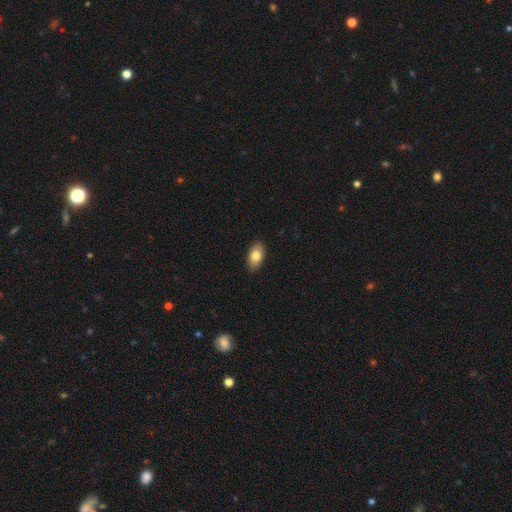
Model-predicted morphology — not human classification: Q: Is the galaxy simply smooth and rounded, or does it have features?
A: smooth — 81%.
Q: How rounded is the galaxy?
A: in between — 93%.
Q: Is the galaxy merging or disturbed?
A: none — 89%.